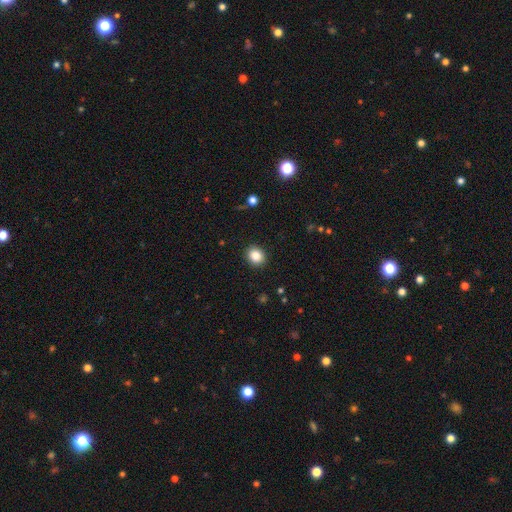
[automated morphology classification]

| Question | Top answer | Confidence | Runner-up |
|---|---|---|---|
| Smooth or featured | smooth | 85% | star or artifact (10%) |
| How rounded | round | 66% | in between (34%) |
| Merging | none | 91% | minor disturbance (6%) |